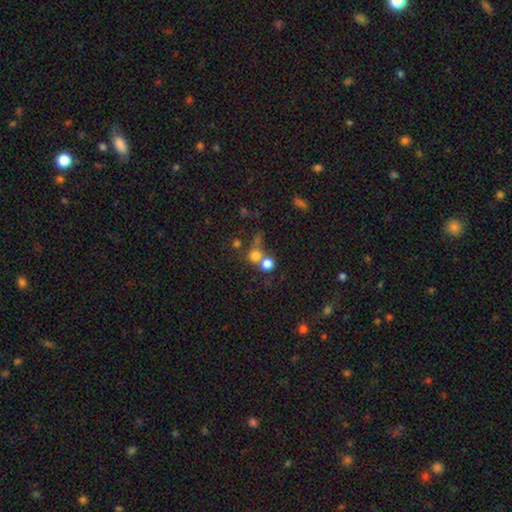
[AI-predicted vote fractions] Morphology: type=smooth (73%); roundness=round (85%); merging=merger (46%).